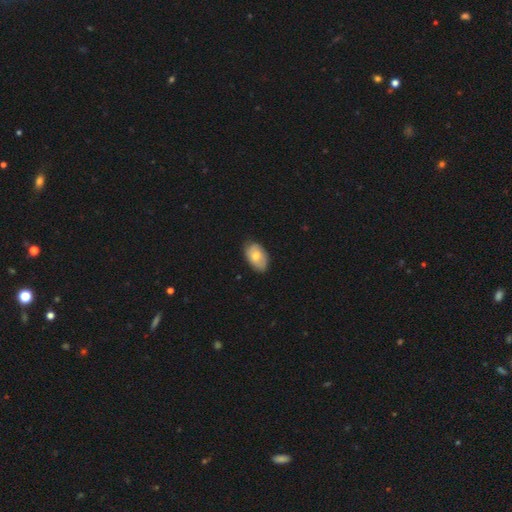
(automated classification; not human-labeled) smooth-or-featured: smooth: 67% | featured or disk: 27% | star or artifact: 6%
  how-rounded: in between: 91% | round: 8% | cigar-shaped: 1%
  merging: none: 76% | minor disturbance: 20% | major disturbance: 3% | merger: 1%